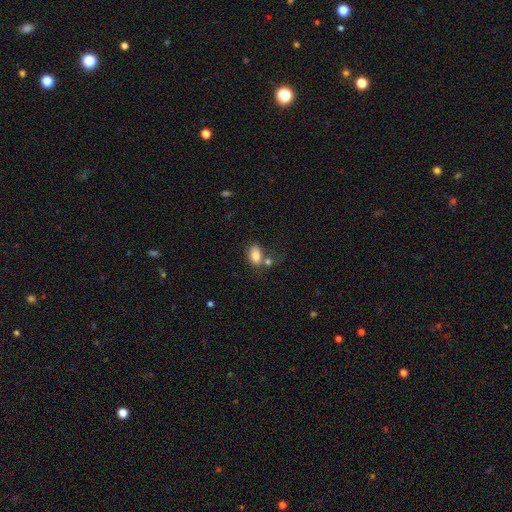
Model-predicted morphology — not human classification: smooth 80%, featured or disk 12%, star or artifact 9%. Down the decision tree: how rounded — in between (87%); merging — none (41%).